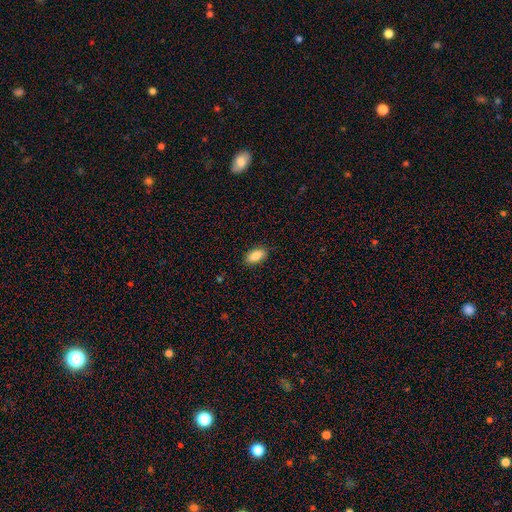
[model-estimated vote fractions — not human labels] Smooth or featured?
  - smooth: 87% *
  - star or artifact: 7%
  - featured or disk: 6%
How rounded?
  - in between: 91% *
  - cigar-shaped: 5%
  - round: 3%
Merging?
  - none: 87% *
  - minor disturbance: 9%
  - major disturbance: 2%
  - merger: 1%